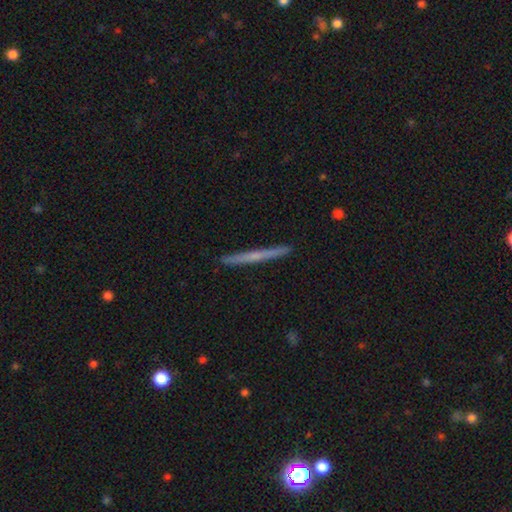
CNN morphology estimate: This appears to be a featured or disk galaxy (56%) viewed edge-on (98%) with no central bulge (62%). Merging: none (92%).